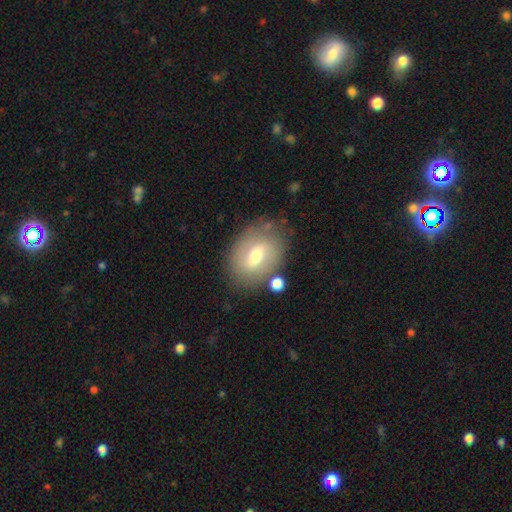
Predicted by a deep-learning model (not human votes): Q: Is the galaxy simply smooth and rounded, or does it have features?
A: smooth — 47%.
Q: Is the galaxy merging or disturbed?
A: none — 75%.